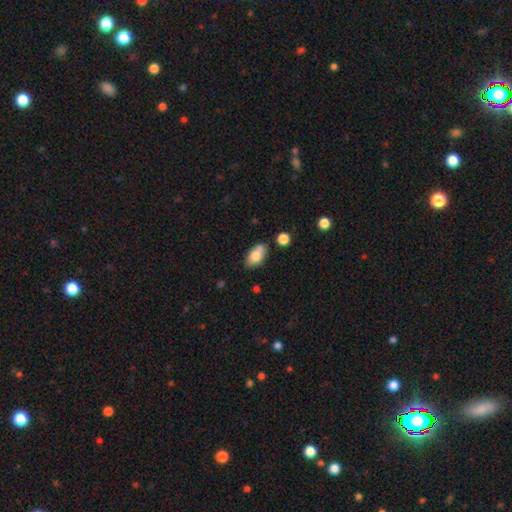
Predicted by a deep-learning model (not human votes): Q: Smooth or featured?
A: smooth (78%); runner-up: featured or disk (14%)
Q: How rounded?
A: in between (91%); runner-up: round (5%)
Q: Merging?
A: none (68%); runner-up: minor disturbance (19%)